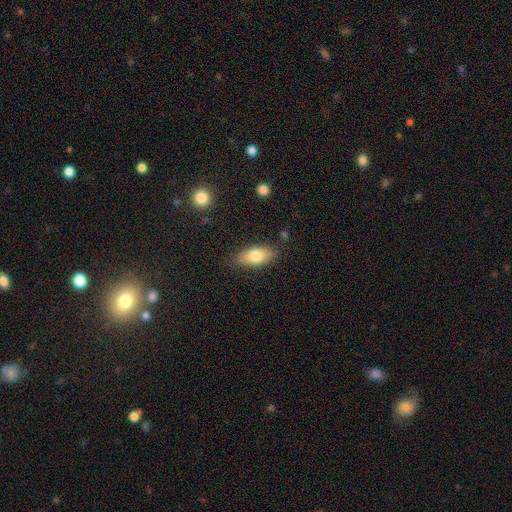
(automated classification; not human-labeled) smooth-or-featured: smooth: 76% | featured or disk: 17% | star or artifact: 7%
  how-rounded: in between: 85% | cigar-shaped: 12% | round: 4%
  merging: none: 83% | minor disturbance: 13% | major disturbance: 3% | merger: 2%